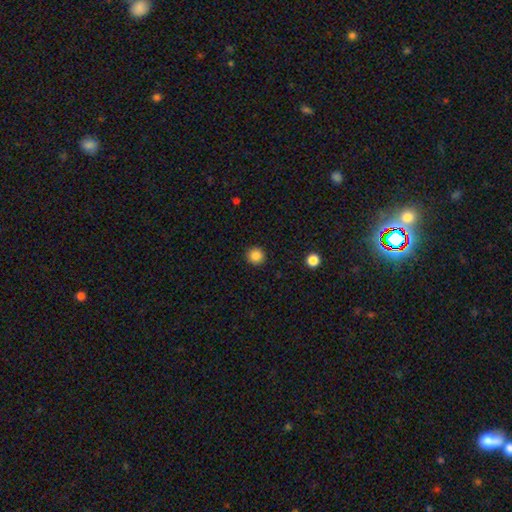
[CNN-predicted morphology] smooth_or_featured: smooth (p=0.85) [alt: star or artifact p=0.11]
how_rounded: round (p=0.95) [alt: in between p=0.04]
merging: none (p=0.93) [alt: minor disturbance p=0.05]